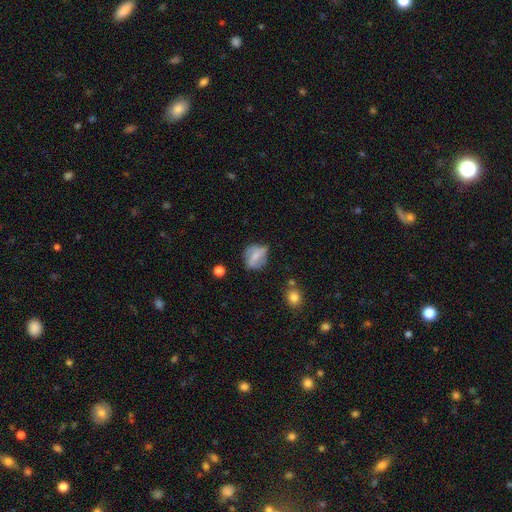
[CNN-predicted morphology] A smooth galaxy with no disk features (51%) that is round (58%).

Vote fractions:
- Smooth or featured? smooth: 51% / featured or disk: 40% / star or artifact: 9%
- How rounded? round: 58% / in between: 39% / cigar-shaped: 3%
- Merging? none: 59% / minor disturbance: 27% / major disturbance: 11% / merger: 4%